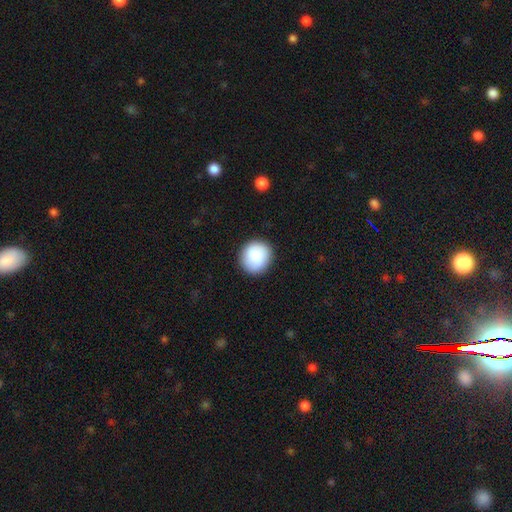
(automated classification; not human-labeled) Smooth or featured: smooth — 87% (featured or disk — 7%)
How rounded: round — 88% (in between — 12%)
Merging: none — 88% (minor disturbance — 8%)